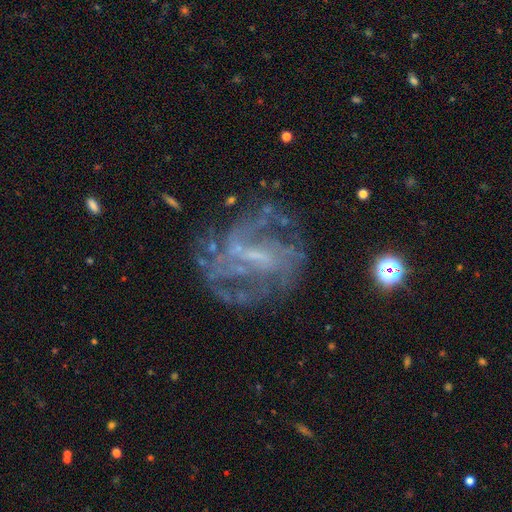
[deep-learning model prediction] Overall: featured or disk (77%). Edge-on disk: no (96%). Bar: weak (46%; strong 28%). Spiral arms: yes (75%). Spiral arm count: can't tell (45%; 2 21%). Spiral winding: medium (41%; tight 34%). Bulge size: none (42%; small 39%). Merging: none (61%).